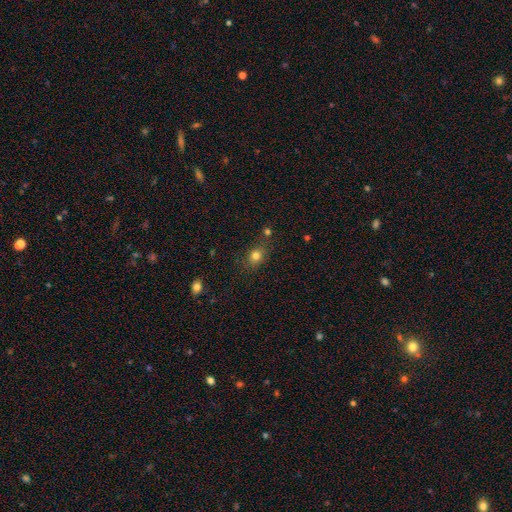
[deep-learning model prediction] smooth_or_featured: smooth (p=0.79) [alt: star or artifact p=0.14]
how_rounded: round (p=0.57) [alt: in between p=0.41]
merging: none (p=0.73) [alt: minor disturbance p=0.14]